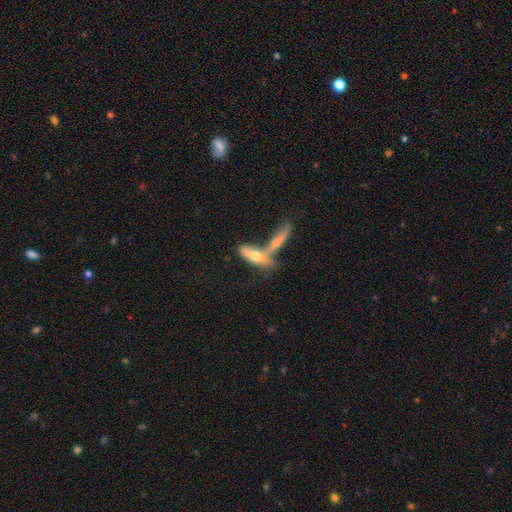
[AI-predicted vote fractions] This is marginally a featured or disk galaxy (41%). Merging: possibly merger (52%).